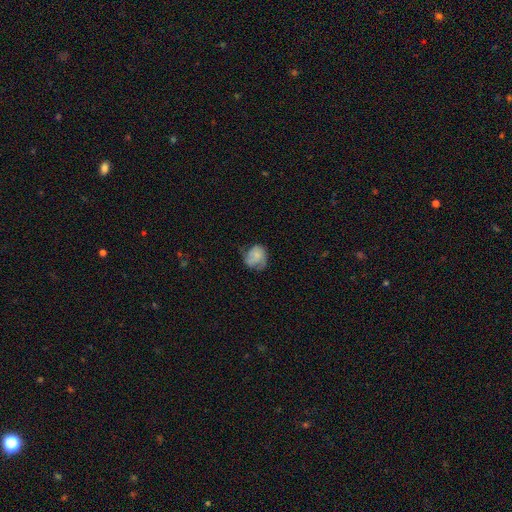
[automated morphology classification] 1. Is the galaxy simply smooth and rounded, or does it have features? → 57% smooth, 35% featured or disk, 8% star or artifact.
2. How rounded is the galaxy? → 60% round, 39% in between, 1% cigar-shaped.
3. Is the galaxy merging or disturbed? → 43% none, 34% minor disturbance, 21% major disturbance, 2% merger.